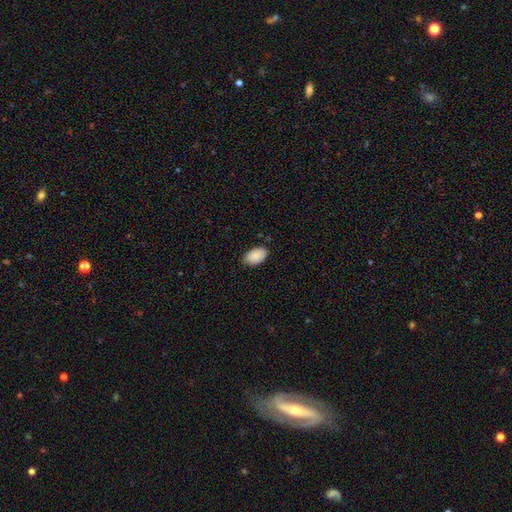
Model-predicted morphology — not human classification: Smooth or featured? Predicted: smooth (p=0.84). How rounded? Predicted: in between (p=0.93). Merging? Predicted: none (p=0.80).